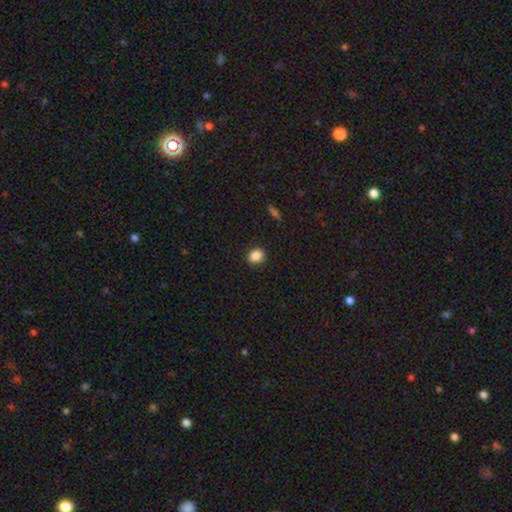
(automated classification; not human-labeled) Morphology: type=smooth (87%); roundness=round (52%); merging=none (88%).